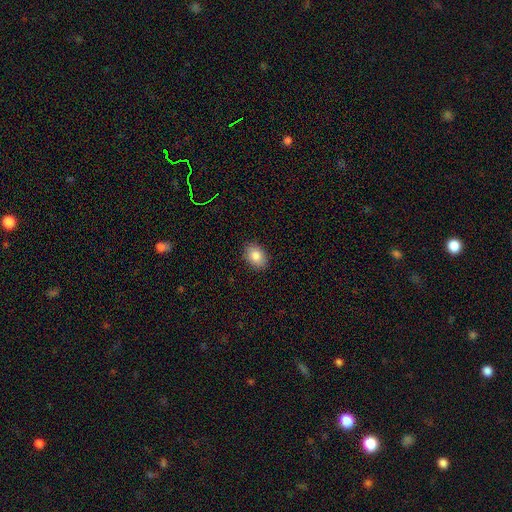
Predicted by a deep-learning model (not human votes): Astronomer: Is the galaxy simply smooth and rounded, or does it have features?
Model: smooth — 85%.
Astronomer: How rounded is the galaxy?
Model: in between — 74%.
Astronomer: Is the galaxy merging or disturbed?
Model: none — 88%.